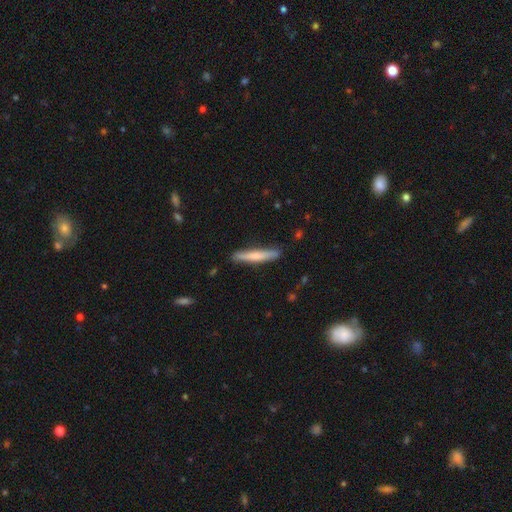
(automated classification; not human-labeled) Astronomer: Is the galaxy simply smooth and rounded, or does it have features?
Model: smooth — 62%.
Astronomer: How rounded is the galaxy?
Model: cigar-shaped — 93%.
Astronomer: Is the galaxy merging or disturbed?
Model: none — 87%.